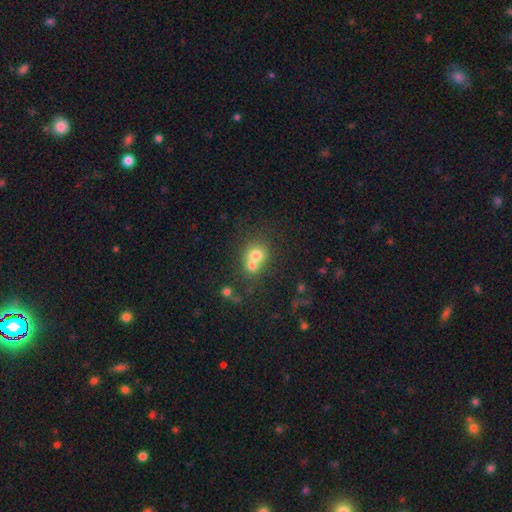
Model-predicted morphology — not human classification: Smooth or featured?
  - smooth: 70% *
  - featured or disk: 18%
  - star or artifact: 12%
How rounded?
  - round: 76% *
  - in between: 23%
  - cigar-shaped: 1%
Merging?
  - merger: 62% *
  - none: 29%
  - minor disturbance: 6%
  - major disturbance: 3%